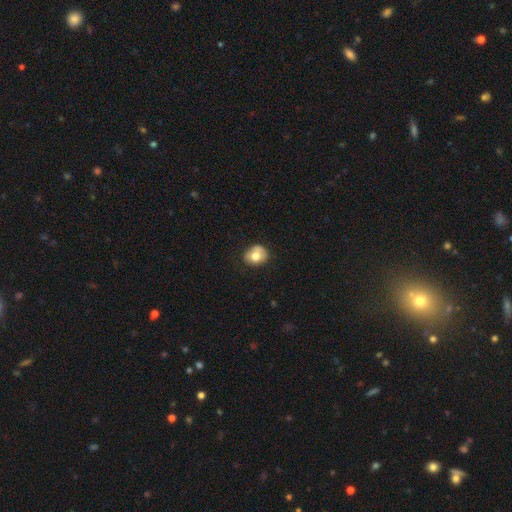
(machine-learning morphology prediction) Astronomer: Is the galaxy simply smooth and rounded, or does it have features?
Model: smooth — 72%.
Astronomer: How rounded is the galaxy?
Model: round — 59% (runner-up: in between, 40%).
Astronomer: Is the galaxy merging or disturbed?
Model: none — 63%.